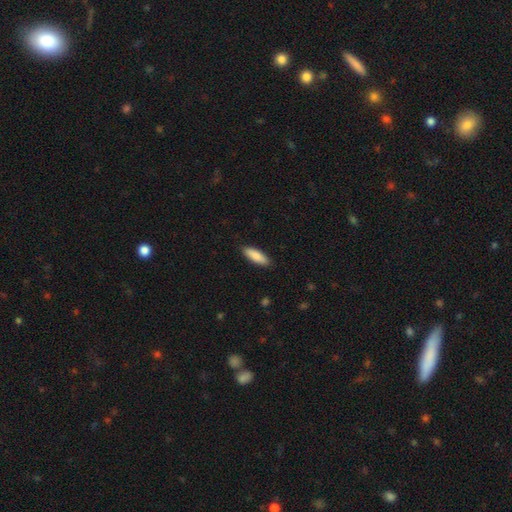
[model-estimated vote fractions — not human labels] Smooth or featured?
  - smooth: 86% *
  - featured or disk: 9%
  - star or artifact: 5%
How rounded?
  - in between: 56% *
  - cigar-shaped: 42%
  - round: 2%
Merging?
  - none: 89% *
  - minor disturbance: 9%
  - major disturbance: 2%
  - merger: 1%